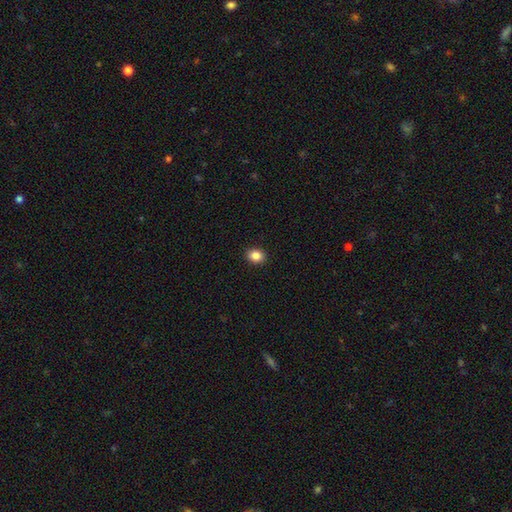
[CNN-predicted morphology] smooth 86%, star or artifact 10%, featured or disk 4%. Down the decision tree: how rounded — round (57%); merging — none (92%).